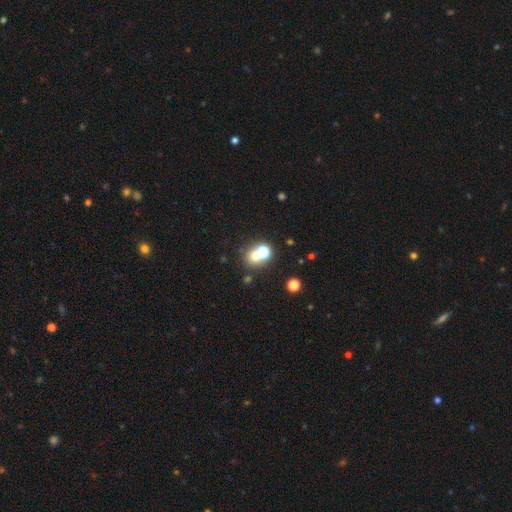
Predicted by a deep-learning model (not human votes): This is likely a smooth galaxy (62%). How rounded: likely round (79%). Merging: possibly none (48%).